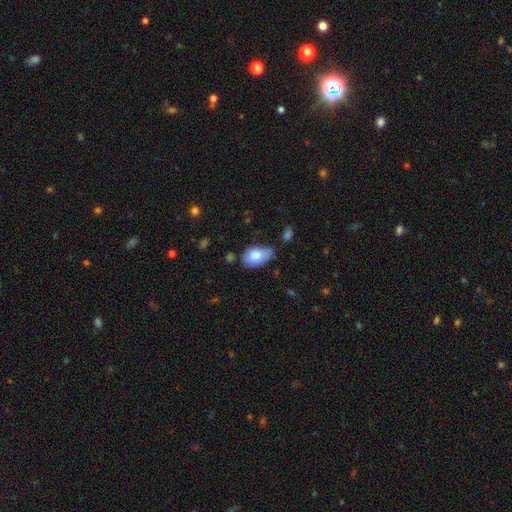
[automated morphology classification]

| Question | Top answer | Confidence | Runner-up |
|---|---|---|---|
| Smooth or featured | smooth | 80% | featured or disk (13%) |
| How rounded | in between | 89% | round (10%) |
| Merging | none | 47% | minor disturbance (38%) |